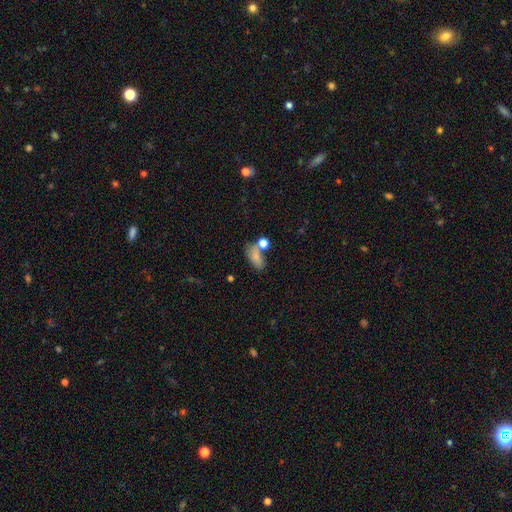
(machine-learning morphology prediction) A smooth galaxy with no disk features (77%) that is in between round and cigar-shaped (84%).

Vote fractions:
- Smooth or featured? smooth: 77% / featured or disk: 12% / star or artifact: 11%
- How rounded? in between: 84% / round: 10% / cigar-shaped: 6%
- Merging? none: 44% / merger: 29% / minor disturbance: 18% / major disturbance: 9%